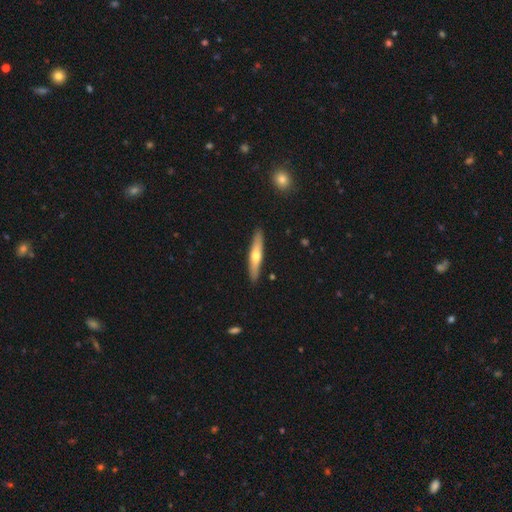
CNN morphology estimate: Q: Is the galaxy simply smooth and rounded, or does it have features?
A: featured or disk — 48%.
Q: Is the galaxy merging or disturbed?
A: none — 90%.